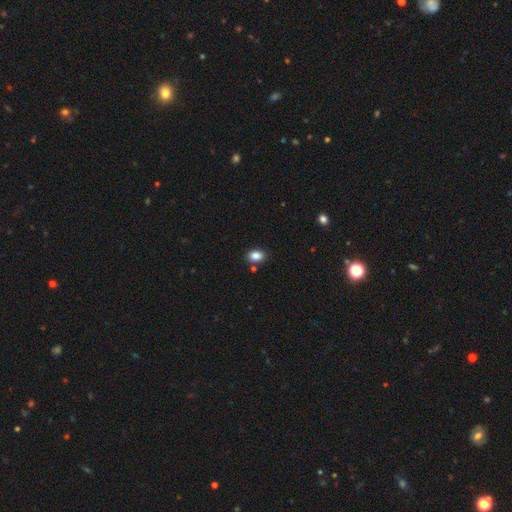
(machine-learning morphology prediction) This is clearly a smooth galaxy (85%). How rounded: likely in between (74%). Merging: clearly none (83%).